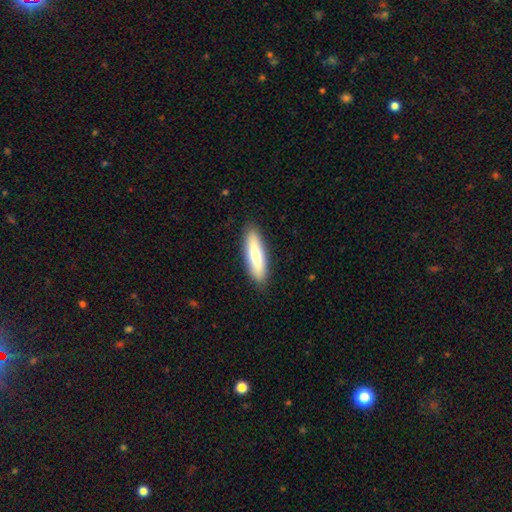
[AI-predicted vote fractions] Smooth or featured: smooth — 70% (featured or disk — 25%)
How rounded: cigar-shaped — 69% (in between — 29%)
Merging: none — 89% (minor disturbance — 8%)